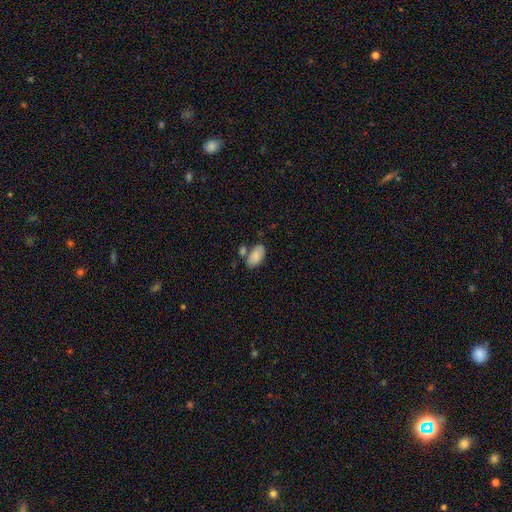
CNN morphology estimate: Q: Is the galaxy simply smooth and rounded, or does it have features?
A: smooth — 84%.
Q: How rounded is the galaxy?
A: in between — 94%.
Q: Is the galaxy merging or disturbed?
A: none — 58%.